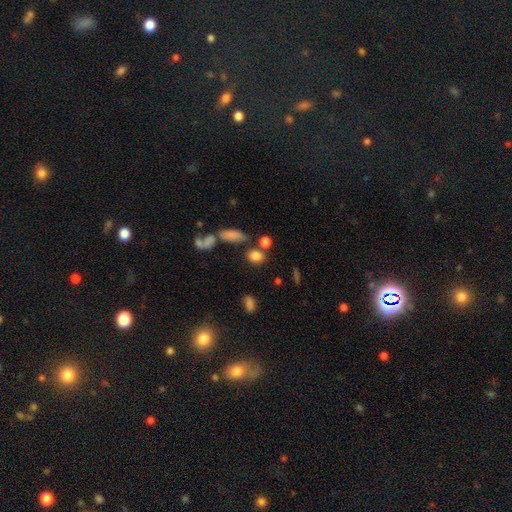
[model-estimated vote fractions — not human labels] smooth 81%, star or artifact 11%, featured or disk 7%. Down the decision tree: how rounded — round (50%); merging — none (63%).